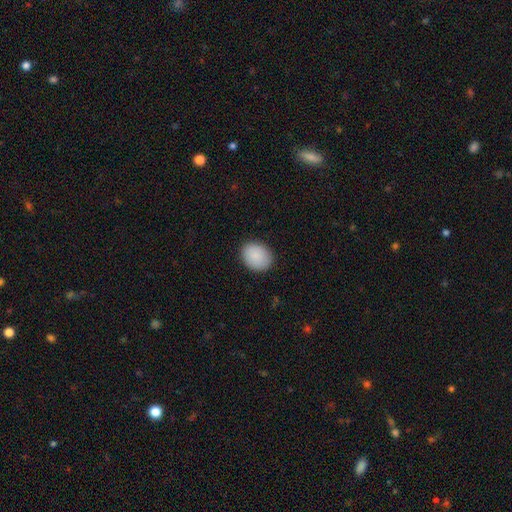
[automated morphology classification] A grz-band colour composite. It shows a smooth galaxy with no disk features (89%) that is in between round and cigar-shaped (52%). Merging: none (88%).